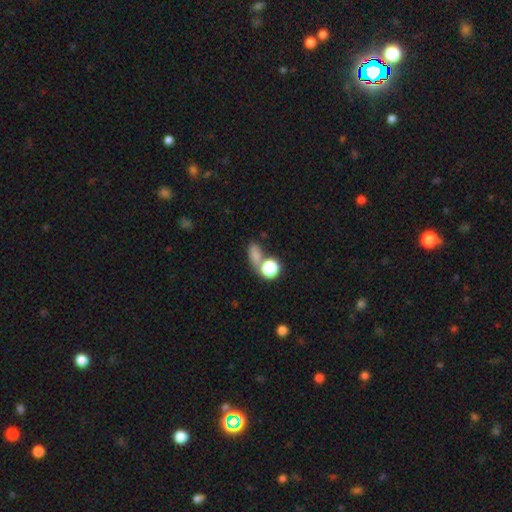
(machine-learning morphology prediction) smooth 73%, star or artifact 19%, featured or disk 9%. Down the decision tree: how rounded — in between (57%); merging — none (46%).